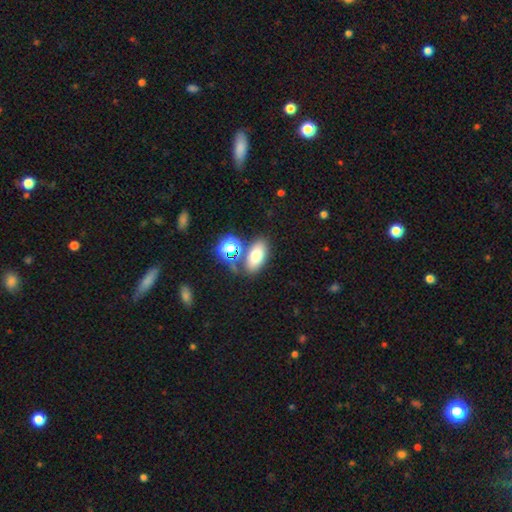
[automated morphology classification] type=smooth (71%); roundness=in between (84%); merging=none (70%).